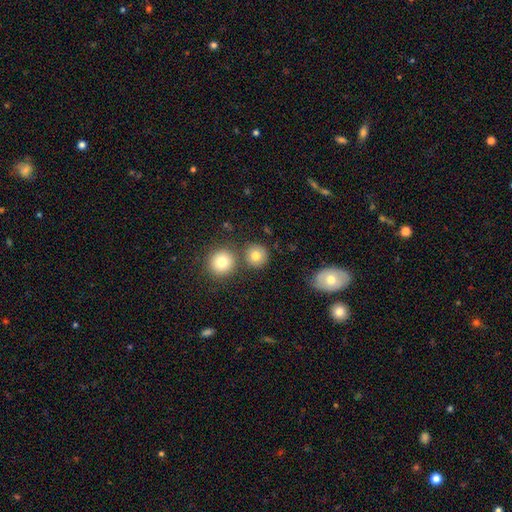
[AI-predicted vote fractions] This appears to be a smooth galaxy with no disk features (79%) that is round (91%). Merging: none (77%).